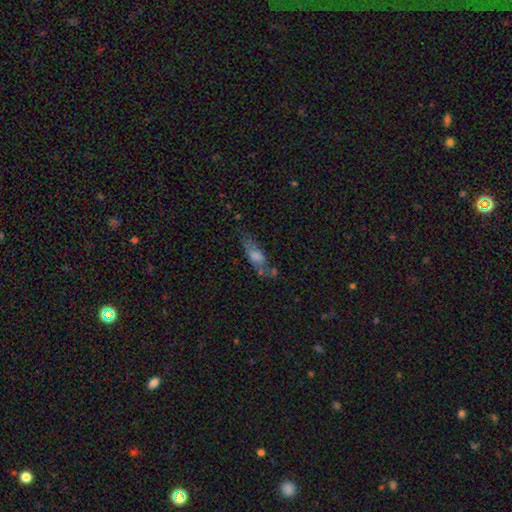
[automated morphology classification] Smooth or featured?
  - smooth: 62% *
  - featured or disk: 29%
  - star or artifact: 9%
How rounded?
  - in between: 59% *
  - cigar-shaped: 37%
  - round: 4%
Merging?
  - none: 48% *
  - minor disturbance: 26%
  - major disturbance: 13%
  - merger: 13%